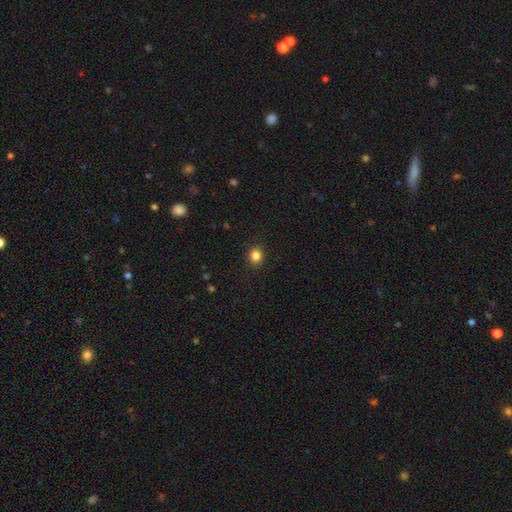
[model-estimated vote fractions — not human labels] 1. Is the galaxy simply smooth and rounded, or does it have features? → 84% smooth, 12% star or artifact, 4% featured or disk.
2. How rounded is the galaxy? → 80% round, 20% in between, 1% cigar-shaped.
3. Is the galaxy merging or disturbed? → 91% none, 6% minor disturbance, 2% major disturbance, 1% merger.